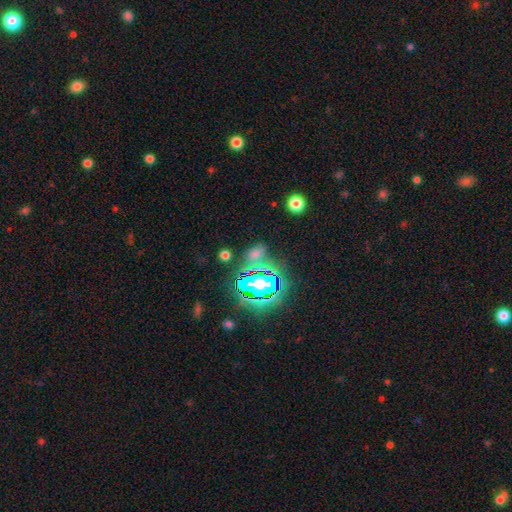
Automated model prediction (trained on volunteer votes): Smooth or featured?
  - star or artifact: 46% *
  - smooth: 40%
  - featured or disk: 14%